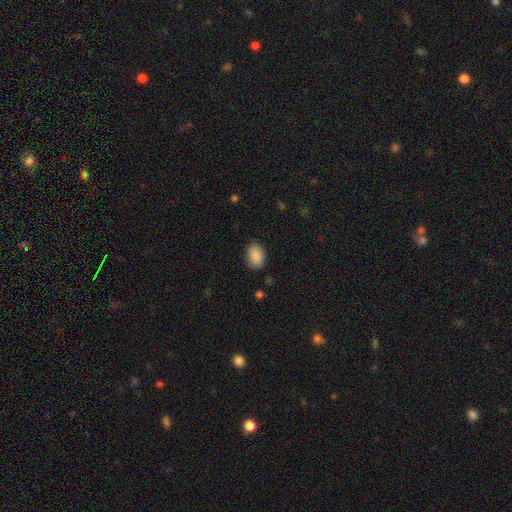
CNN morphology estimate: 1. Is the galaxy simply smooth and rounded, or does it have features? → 89% smooth, 7% star or artifact, 4% featured or disk.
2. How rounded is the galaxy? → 86% in between, 13% round, 1% cigar-shaped.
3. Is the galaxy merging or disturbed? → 82% none, 14% minor disturbance, 3% major disturbance, 1% merger.